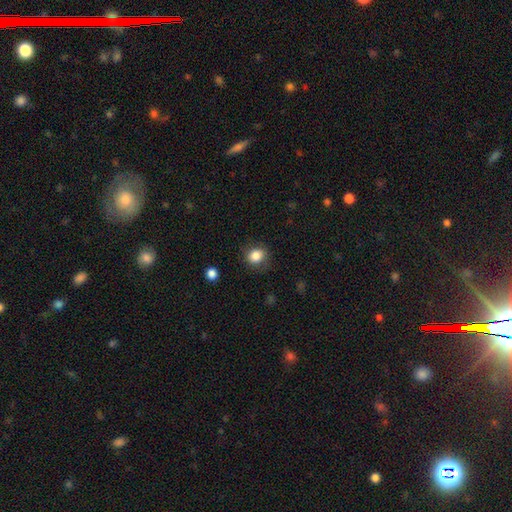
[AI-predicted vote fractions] Morphology: type=smooth (84%); roundness=round (70%); merging=none (81%).